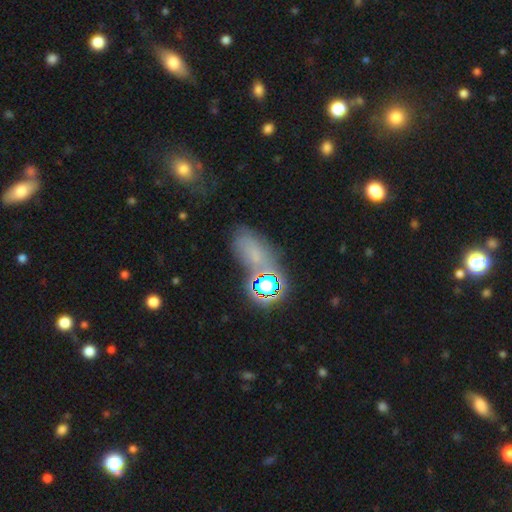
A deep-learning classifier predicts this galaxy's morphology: Q: Smooth or featured?
A: smooth (49%); runner-up: star or artifact (31%)
Q: Merging?
A: none (53%); runner-up: minor disturbance (22%)